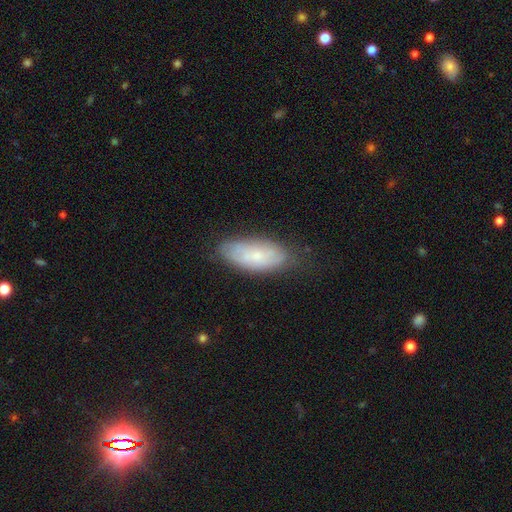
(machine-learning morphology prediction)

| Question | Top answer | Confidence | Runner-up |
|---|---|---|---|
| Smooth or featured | smooth | 60% | featured or disk (33%) |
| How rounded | in between | 86% | cigar-shaped (12%) |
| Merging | none | 71% | minor disturbance (23%) |